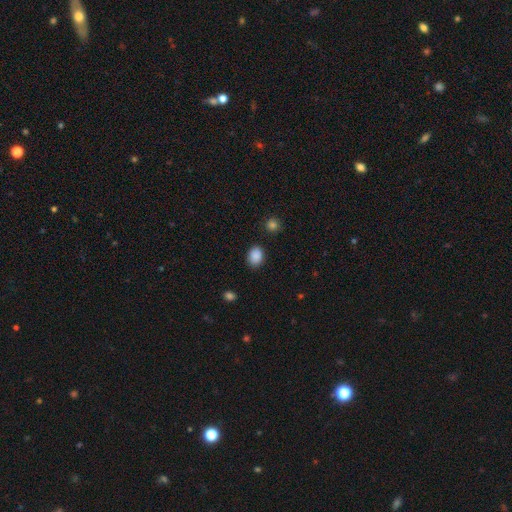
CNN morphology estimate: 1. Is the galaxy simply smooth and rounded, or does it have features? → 88% smooth, 9% star or artifact, 3% featured or disk.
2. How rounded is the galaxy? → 63% in between, 36% round, 1% cigar-shaped.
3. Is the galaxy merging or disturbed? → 84% none, 11% minor disturbance, 3% major disturbance, 2% merger.